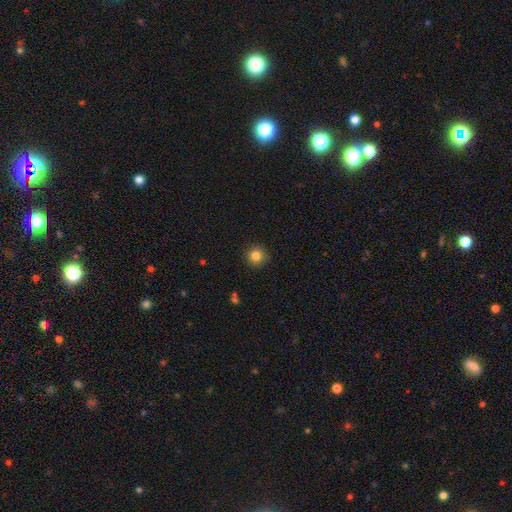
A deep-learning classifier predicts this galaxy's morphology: This appears to be a smooth galaxy with no disk features (83%) that is round (94%). Merging: none (89%).